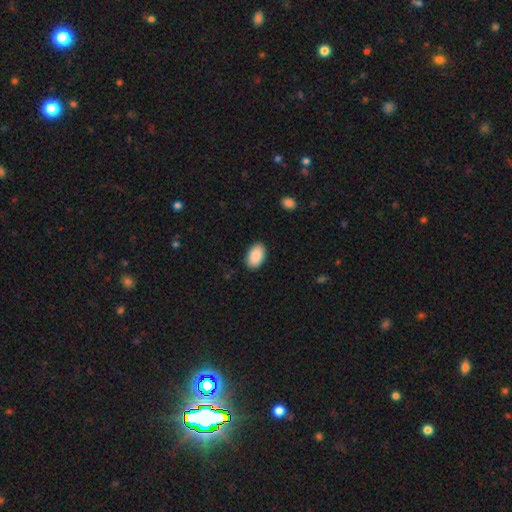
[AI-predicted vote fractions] A smooth galaxy with no disk features (91%) that is in between round and cigar-shaped (93%).

Vote fractions:
- Smooth or featured? smooth: 91% / star or artifact: 6% / featured or disk: 3%
- How rounded? in between: 93% / round: 6% / cigar-shaped: 1%
- Merging? none: 89% / minor disturbance: 8% / major disturbance: 2% / merger: 1%